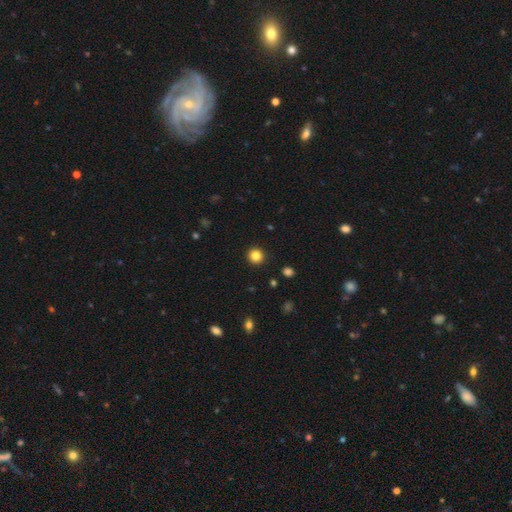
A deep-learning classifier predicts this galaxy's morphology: Q: Smooth or featured?
A: smooth (84%); runner-up: star or artifact (11%)
Q: How rounded?
A: round (94%); runner-up: in between (5%)
Q: Merging?
A: none (93%); runner-up: minor disturbance (5%)